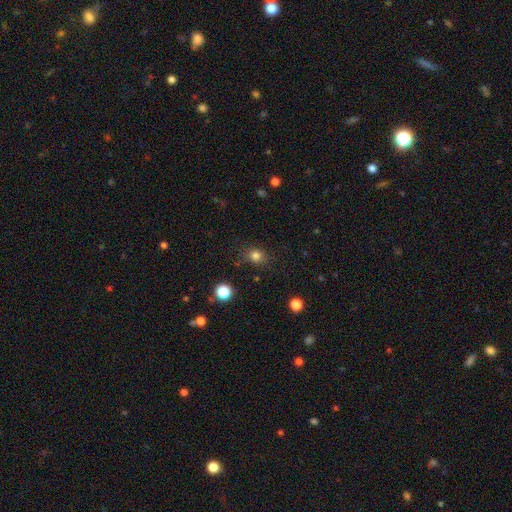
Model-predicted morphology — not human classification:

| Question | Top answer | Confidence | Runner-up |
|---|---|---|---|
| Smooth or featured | smooth | 80% | star or artifact (15%) |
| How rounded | round | 76% | in between (23%) |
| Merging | none | 82% | minor disturbance (12%) |